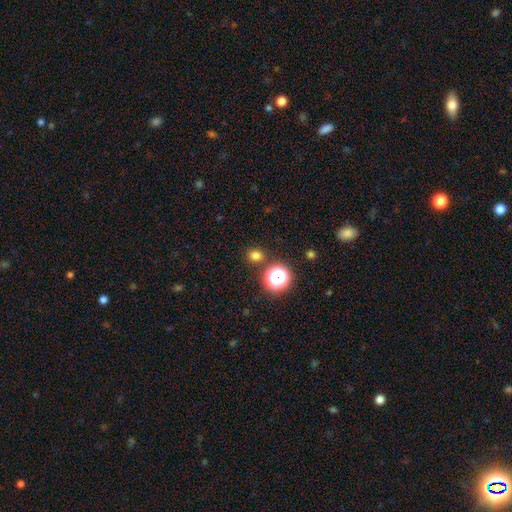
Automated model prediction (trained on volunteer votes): The model was most divided on "smooth or featured": smooth: 74%, star or artifact: 21%, featured or disk: 5%. More confident: merging — none (86%); how rounded — round (85%).